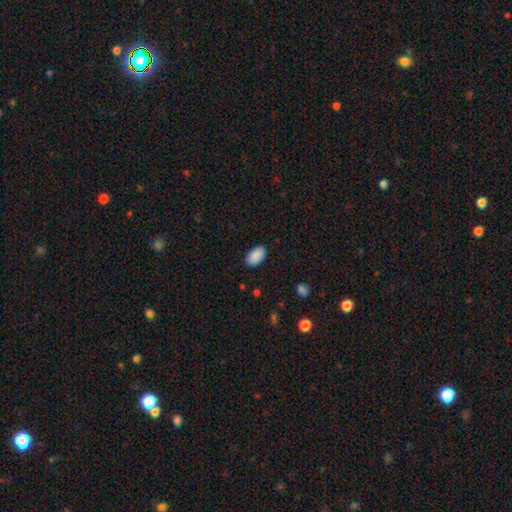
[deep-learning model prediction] Q: Smooth or featured?
A: smooth (90%); runner-up: star or artifact (7%)
Q: How rounded?
A: in between (95%); runner-up: round (3%)
Q: Merging?
A: none (89%); runner-up: minor disturbance (8%)